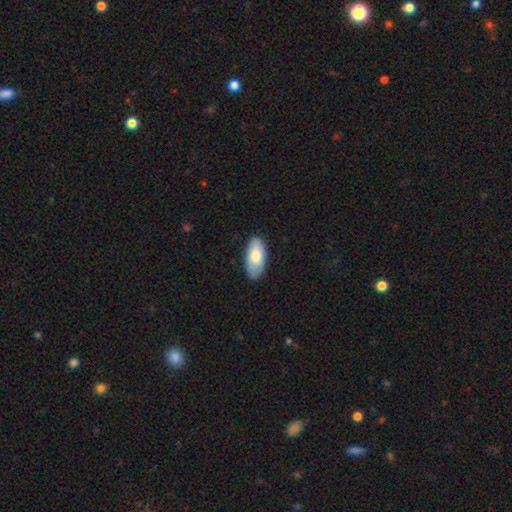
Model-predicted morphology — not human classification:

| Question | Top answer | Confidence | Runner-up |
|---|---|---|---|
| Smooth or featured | smooth | 76% | featured or disk (18%) |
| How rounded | in between | 92% | cigar-shaped (5%) |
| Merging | none | 86% | minor disturbance (11%) |